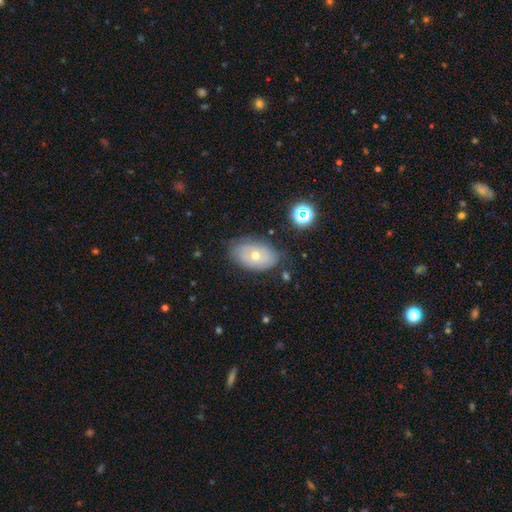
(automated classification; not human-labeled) The model was most divided on "smooth or featured": smooth: 48%, featured or disk: 40%, star or artifact: 12%. More confident: merging — none (75%).